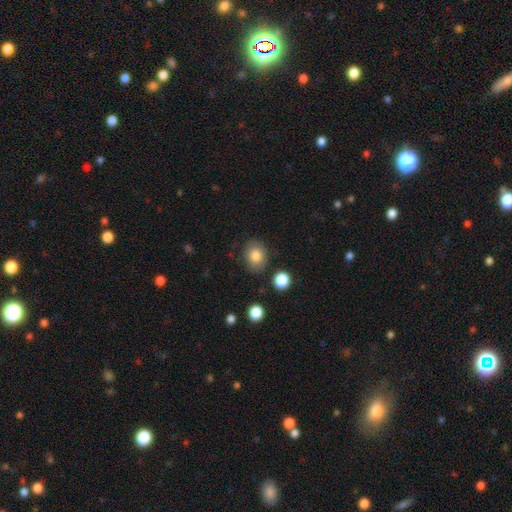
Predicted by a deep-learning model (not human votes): smooth_or_featured: smooth (p=0.82) [alt: star or artifact p=0.09]
how_rounded: round (p=0.52) [alt: in between p=0.47]
merging: none (p=0.83) [alt: minor disturbance p=0.11]